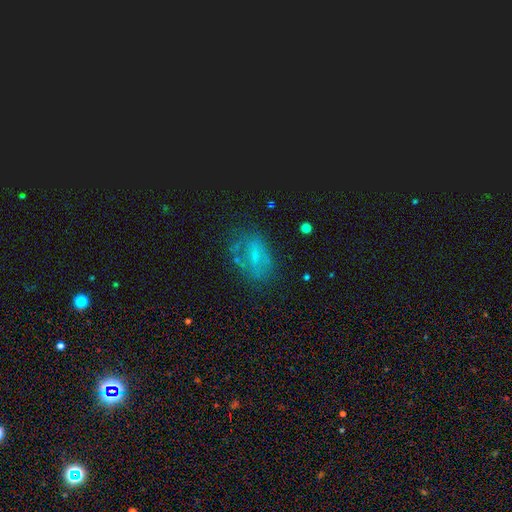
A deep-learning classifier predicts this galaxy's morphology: Smooth or featured: smooth — 42% (featured or disk — 39%)
Merging: none — 53% (minor disturbance — 23%)